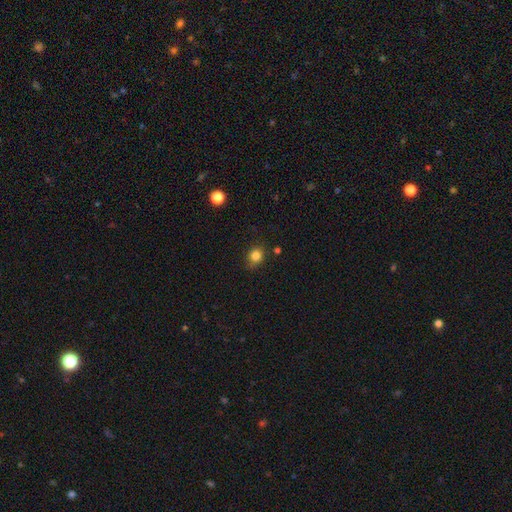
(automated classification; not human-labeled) A smooth galaxy with no disk features (83%) that is round (74%).

Vote fractions:
- Smooth or featured? smooth: 83% / star or artifact: 12% / featured or disk: 5%
- How rounded? round: 74% / in between: 25% / cigar-shaped: 1%
- Merging? none: 78% / minor disturbance: 16% / major disturbance: 3% / merger: 2%